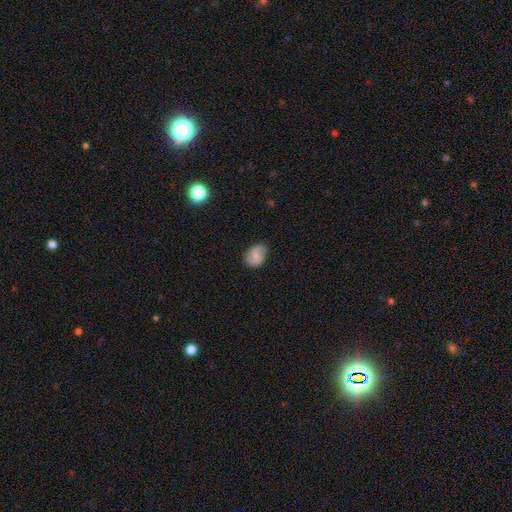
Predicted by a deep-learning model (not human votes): Smooth or featured? smooth (61%)
How rounded? in between (76%)
Merging? none (76%)